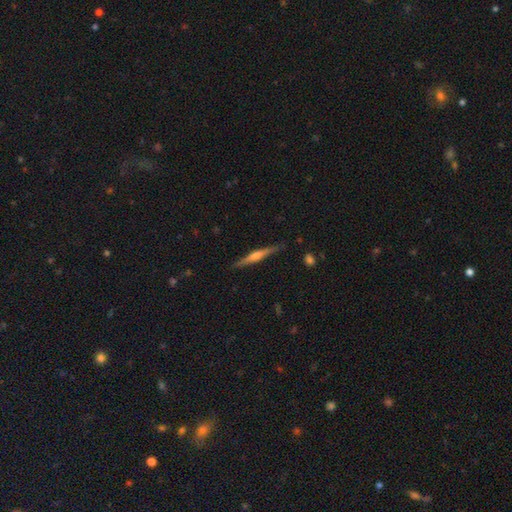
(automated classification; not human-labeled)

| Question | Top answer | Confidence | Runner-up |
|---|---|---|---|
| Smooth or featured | featured or disk | 74% | smooth (20%) |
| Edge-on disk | yes | 98% | no (2%) |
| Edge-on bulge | rounded | 78% | boxy (12%) |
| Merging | none | 89% | minor disturbance (8%) |